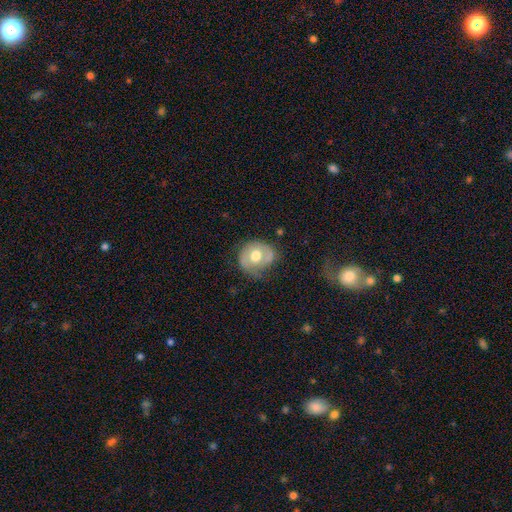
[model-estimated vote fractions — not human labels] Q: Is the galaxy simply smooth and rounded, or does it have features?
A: featured or disk — 49%.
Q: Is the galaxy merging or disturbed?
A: none — 53%.